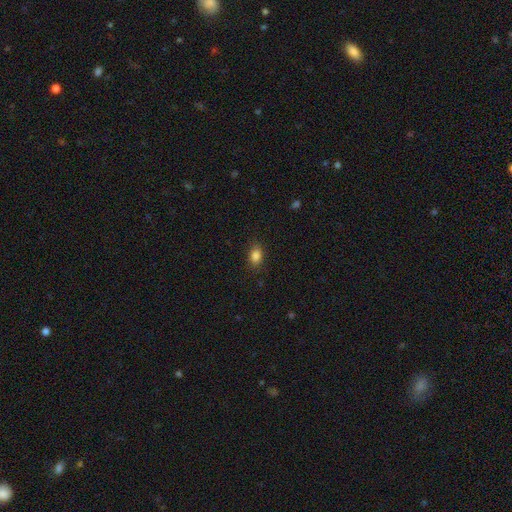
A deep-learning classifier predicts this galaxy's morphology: Q: Smooth or featured?
A: smooth (85%); runner-up: star or artifact (10%)
Q: How rounded?
A: in between (75%); runner-up: round (23%)
Q: Merging?
A: none (84%); runner-up: minor disturbance (12%)